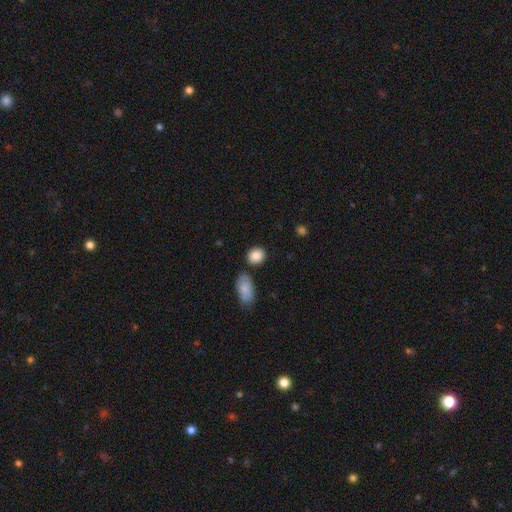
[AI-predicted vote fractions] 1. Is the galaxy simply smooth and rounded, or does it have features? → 88% smooth, 7% star or artifact, 4% featured or disk.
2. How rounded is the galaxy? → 53% round, 45% in between, 2% cigar-shaped.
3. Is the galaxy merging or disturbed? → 78% none, 12% minor disturbance, 7% merger, 3% major disturbance.